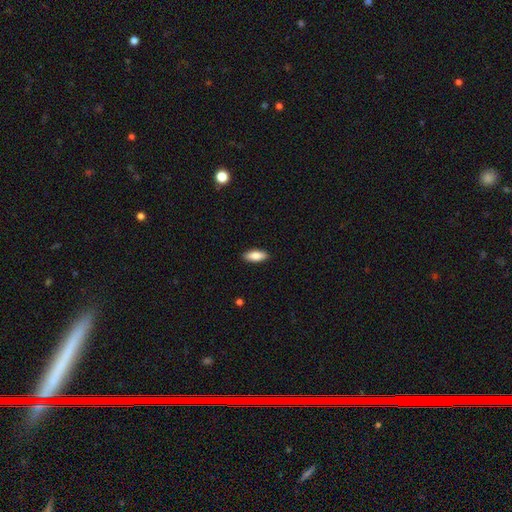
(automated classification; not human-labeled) Smooth or featured: smooth — 86% (featured or disk — 8%)
How rounded: in between — 79% (cigar-shaped — 20%)
Merging: none — 90% (minor disturbance — 7%)